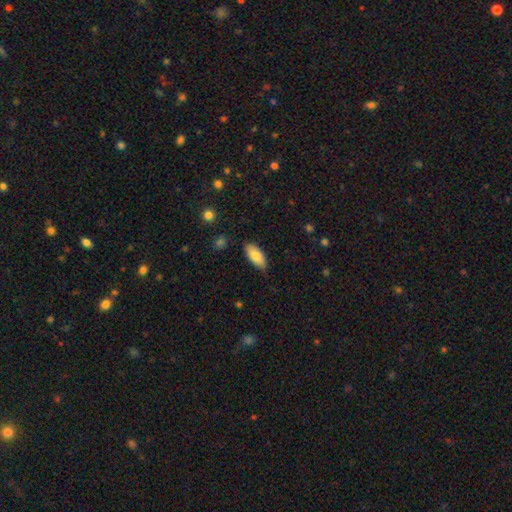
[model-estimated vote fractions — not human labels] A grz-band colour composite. It shows a smooth galaxy with no disk features (84%) that is in between round and cigar-shaped (88%). Merging: none (82%).